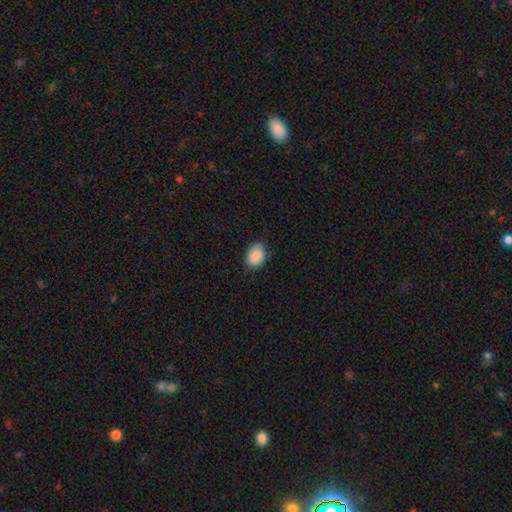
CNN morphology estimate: The model was most divided on "how rounded": in between: 75%, round: 24%, cigar-shaped: 1%. More confident: smooth or featured — smooth (87%); merging — none (73%).